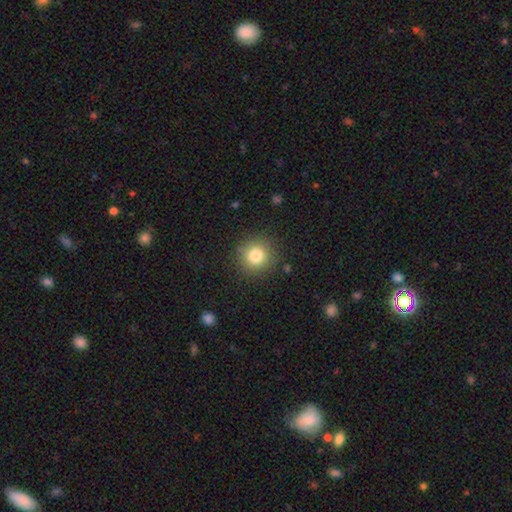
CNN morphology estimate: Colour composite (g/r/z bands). It shows a smooth galaxy with no disk features (81%) that is round (94%). Merging: none (88%).